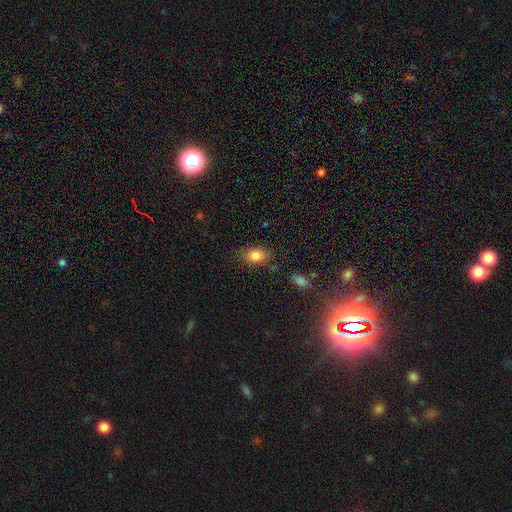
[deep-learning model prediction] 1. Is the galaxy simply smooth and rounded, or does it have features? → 83% smooth, 9% star or artifact, 7% featured or disk.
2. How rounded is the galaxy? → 80% in between, 18% round, 2% cigar-shaped.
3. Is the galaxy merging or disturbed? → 80% none, 14% minor disturbance, 4% major disturbance, 2% merger.